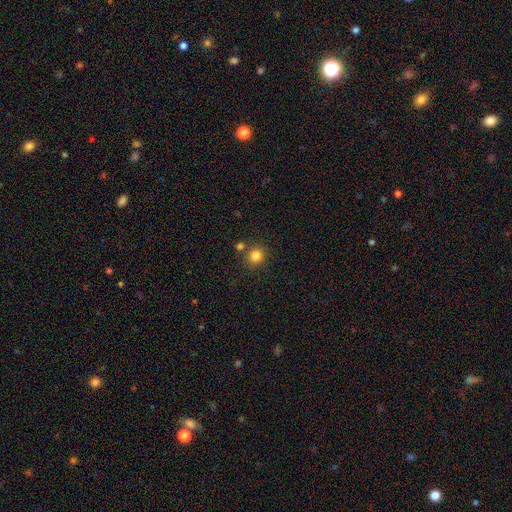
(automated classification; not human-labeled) Smooth or featured? smooth (82%)
How rounded? round (91%)
Merging? none (80%)